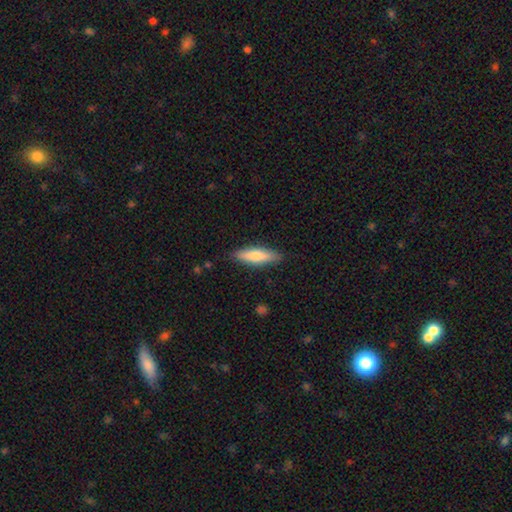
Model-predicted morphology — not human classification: Smooth or featured: smooth — 71% (featured or disk — 24%)
How rounded: cigar-shaped — 65% (in between — 33%)
Merging: none — 87% (minor disturbance — 10%)